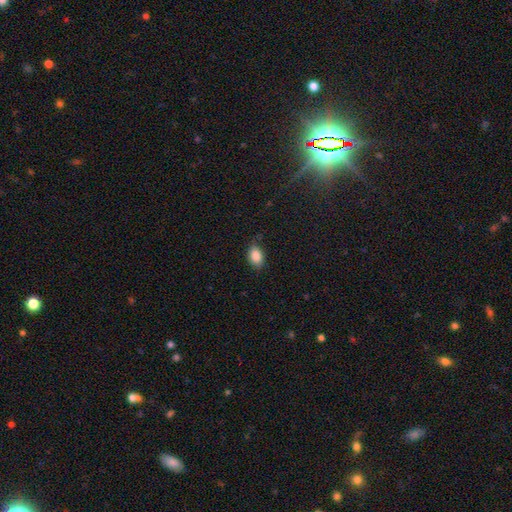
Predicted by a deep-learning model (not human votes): This is clearly a smooth galaxy (86%). How rounded: clearly in between (81%). Merging: likely none (75%).